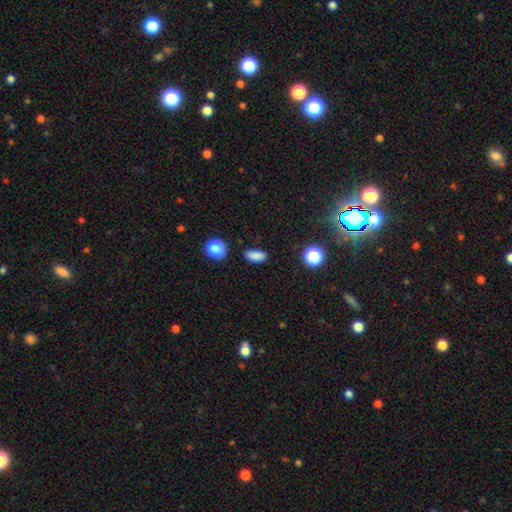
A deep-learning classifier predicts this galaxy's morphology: Smooth or featured? Predicted: smooth (p=0.85). How rounded? Predicted: in between (p=0.84). Merging? Predicted: none (p=0.84).